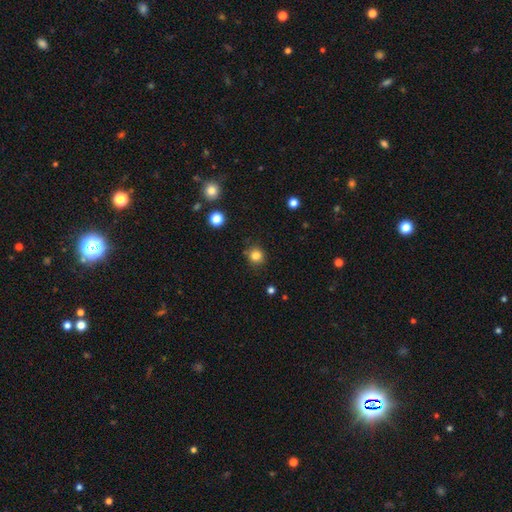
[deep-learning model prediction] Smooth or featured? Predicted: smooth (p=0.83). How rounded? Predicted: round (p=0.89). Merging? Predicted: none (p=0.84).